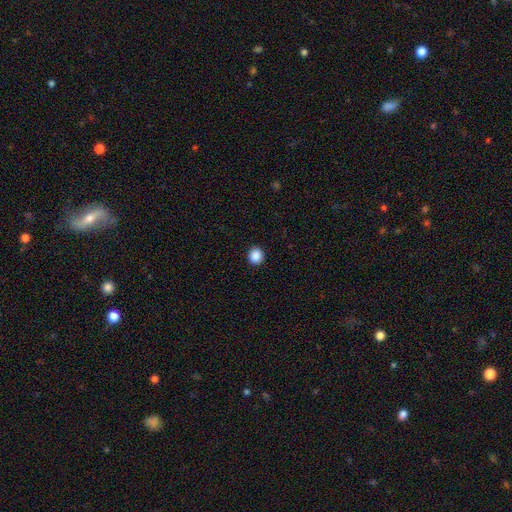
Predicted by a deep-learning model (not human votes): Q: Smooth or featured?
A: smooth (89%); runner-up: star or artifact (9%)
Q: How rounded?
A: round (89%); runner-up: in between (10%)
Q: Merging?
A: none (93%); runner-up: minor disturbance (5%)